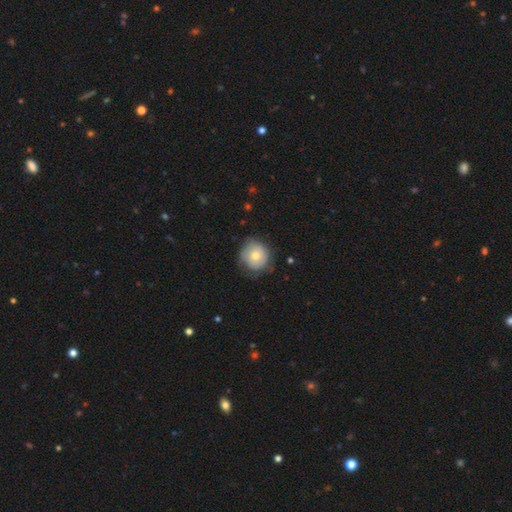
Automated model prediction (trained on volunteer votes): Smooth or featured? Predicted: smooth (p=0.65). How rounded? Predicted: round (p=0.86). Merging? Predicted: none (p=0.68).